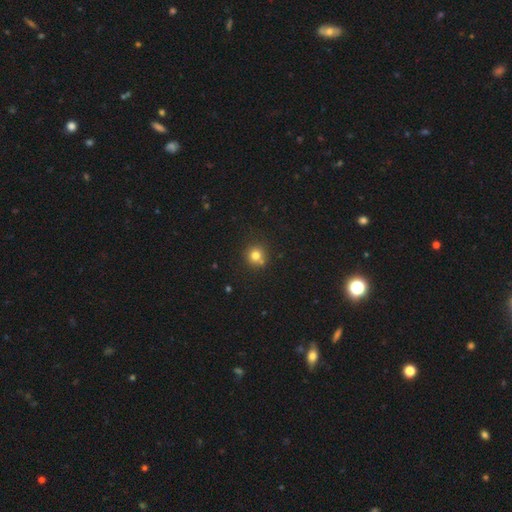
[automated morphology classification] This is likely a smooth galaxy (79%). How rounded: clearly round (91%). Merging: likely none (74%).